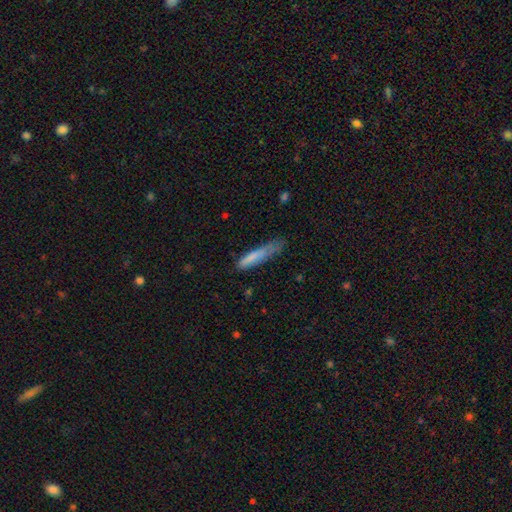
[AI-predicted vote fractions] Morphology: type=smooth (76%); roundness=cigar-shaped (87%); merging=none (42%).